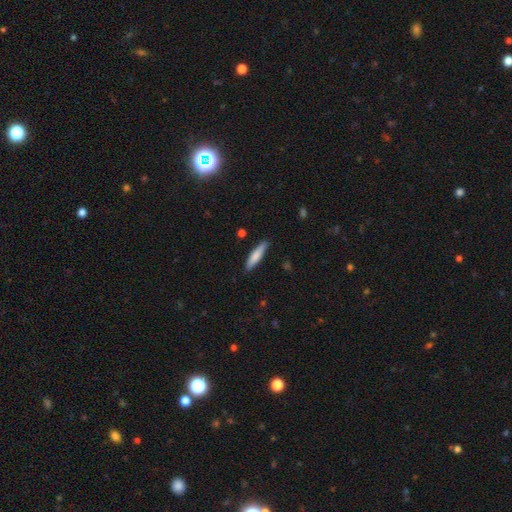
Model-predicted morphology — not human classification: smooth 78%, featured or disk 16%, star or artifact 5%. Down the decision tree: how rounded — cigar-shaped (82%); merging — none (87%).